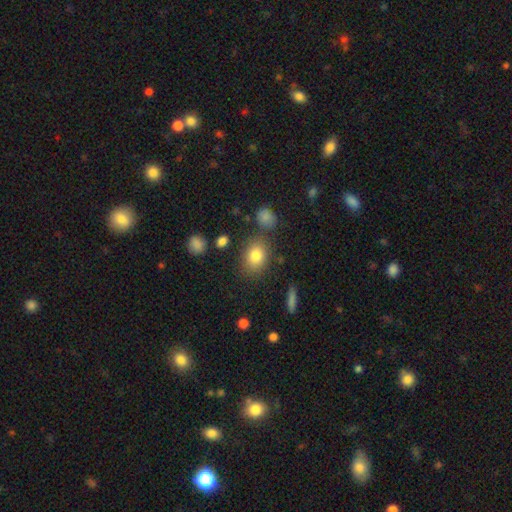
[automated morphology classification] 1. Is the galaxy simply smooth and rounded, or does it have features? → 82% smooth, 9% star or artifact, 9% featured or disk.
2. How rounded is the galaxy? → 60% in between, 39% round, 1% cigar-shaped.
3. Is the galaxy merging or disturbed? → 77% none, 13% minor disturbance, 6% merger, 4% major disturbance.